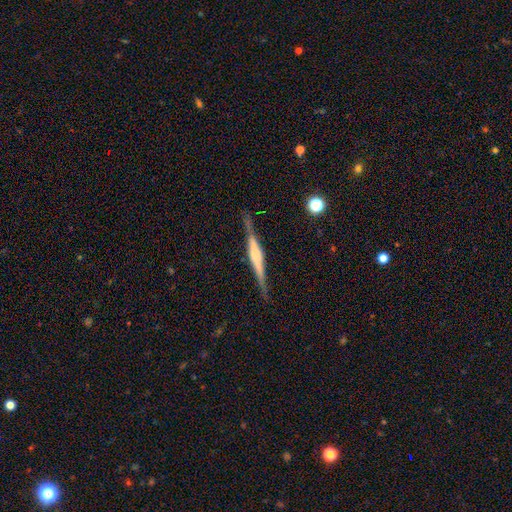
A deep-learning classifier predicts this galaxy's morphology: type=featured or disk (77%); edge-on=yes (98%); edge-on bulge=boxy (45%); merging=none (86%).